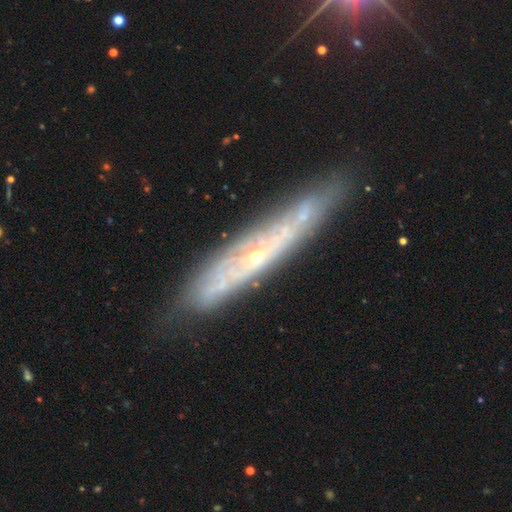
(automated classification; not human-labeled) The model was most divided on "edge-on disk": yes: 54%, no: 46%. More confident: merging — none (75%); smooth or featured — featured or disk (74%).